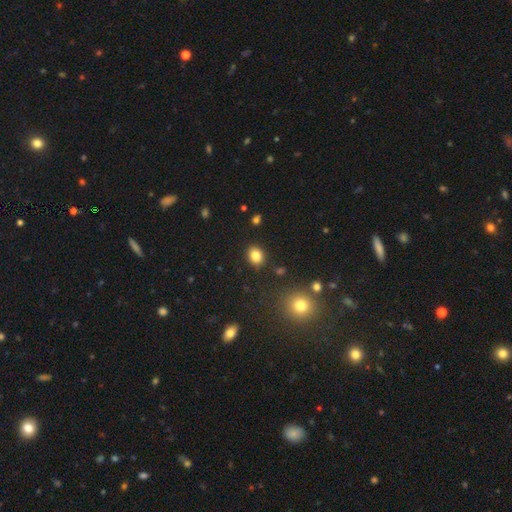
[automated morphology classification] Smooth or featured: smooth — 84% (star or artifact — 11%)
How rounded: in between — 50% (round — 49%)
Merging: none — 88% (minor disturbance — 8%)